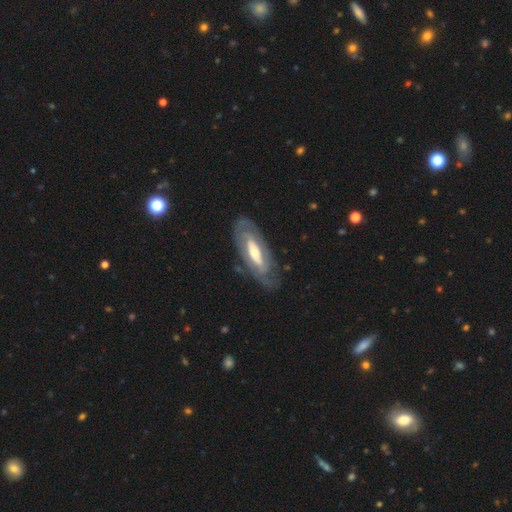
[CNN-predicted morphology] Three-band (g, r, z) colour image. It shows a featured or disk galaxy (78%) with a weak bar (35%), spiral arms (69%) and a moderate central bulge (58%). Merging: none (79%).